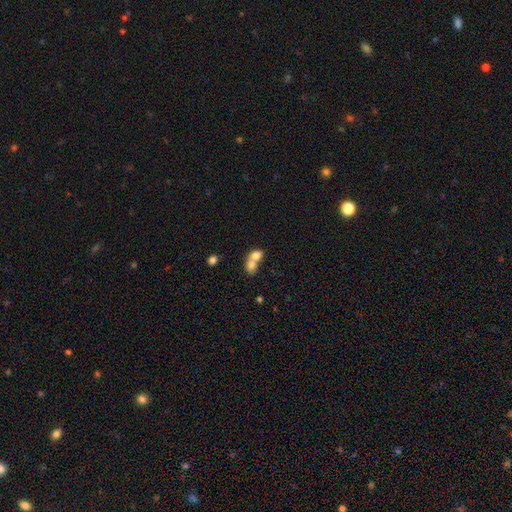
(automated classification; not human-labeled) Q: Smooth or featured?
A: smooth (73%); runner-up: featured or disk (18%)
Q: How rounded?
A: in between (56%); runner-up: round (43%)
Q: Merging?
A: merger (76%); runner-up: none (16%)